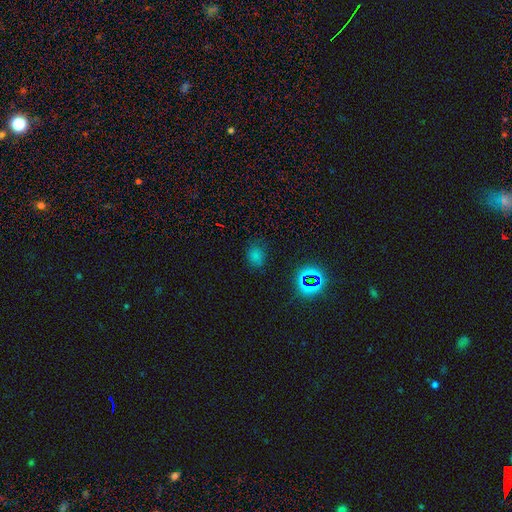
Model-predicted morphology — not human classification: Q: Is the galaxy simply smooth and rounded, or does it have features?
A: smooth — 57%.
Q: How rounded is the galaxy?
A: round — 51%.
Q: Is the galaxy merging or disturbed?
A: none — 81%.